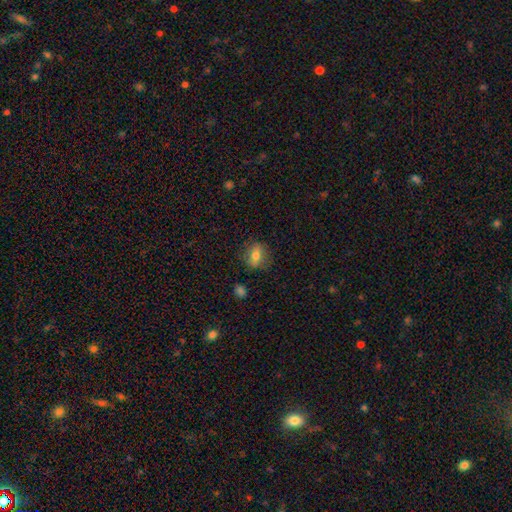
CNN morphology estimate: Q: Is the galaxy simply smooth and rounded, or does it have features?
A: smooth — 64%.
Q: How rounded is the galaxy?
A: in between — 52%.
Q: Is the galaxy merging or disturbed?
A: none — 80%.